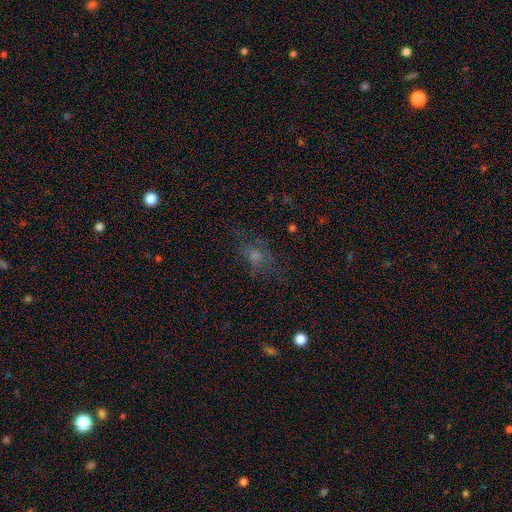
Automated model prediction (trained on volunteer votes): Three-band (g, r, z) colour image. It shows a smooth galaxy with no disk features (54%) that is in between round and cigar-shaped (69%). Merging: none (55%).